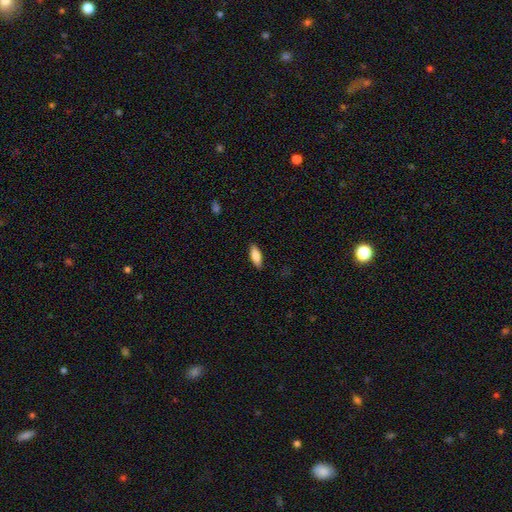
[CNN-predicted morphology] Smooth or featured: smooth — 81% (featured or disk — 13%)
How rounded: in between — 74% (cigar-shaped — 24%)
Merging: none — 87% (minor disturbance — 10%)